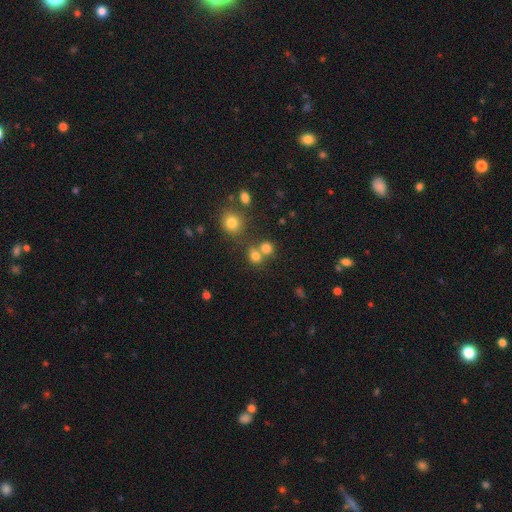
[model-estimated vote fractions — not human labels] Overall: smooth (76%). How rounded: round (73%). Merging: none (51%; merger 36%).